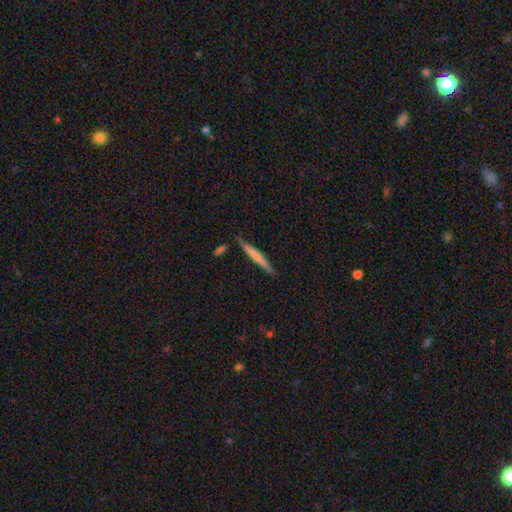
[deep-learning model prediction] Smooth or featured?
  - smooth: 54% *
  - featured or disk: 40%
  - star or artifact: 6%
How rounded?
  - cigar-shaped: 96% *
  - in between: 3%
  - round: 1%
Merging?
  - none: 83% *
  - minor disturbance: 11%
  - merger: 3%
  - major disturbance: 2%